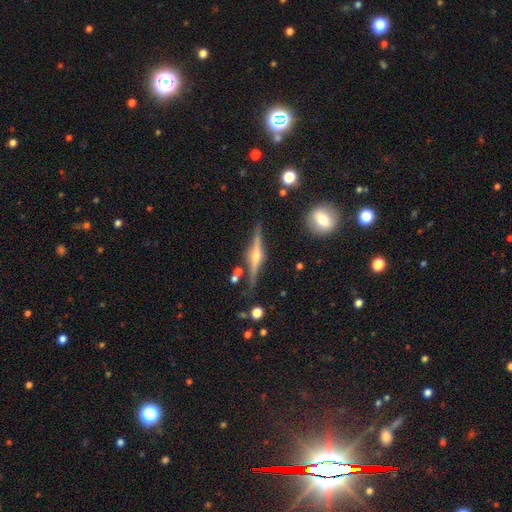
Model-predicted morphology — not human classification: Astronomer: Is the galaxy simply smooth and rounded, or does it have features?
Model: featured or disk — 85%.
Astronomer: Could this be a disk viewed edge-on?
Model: yes — 98%.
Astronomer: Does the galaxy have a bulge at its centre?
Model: rounded — 91%.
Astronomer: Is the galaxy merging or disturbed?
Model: none — 87%.